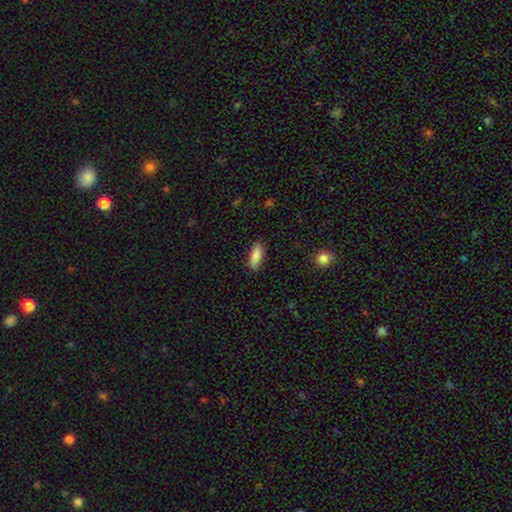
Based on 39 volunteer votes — Volunteers were most divided on "how rounded": in between: 62%, cigar-shaped: 35%, round: 3%. More confident: smooth or featured — smooth (87%); merging — none (78%).